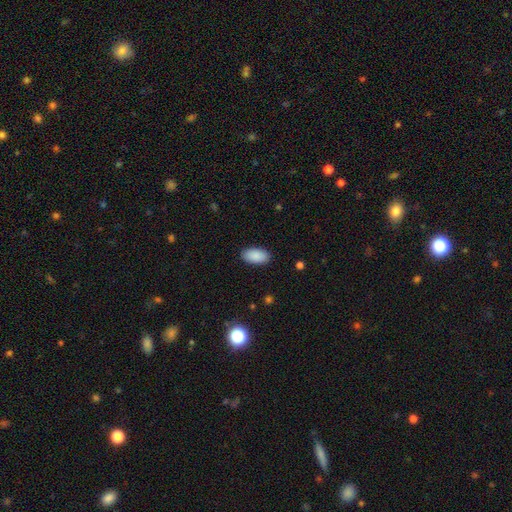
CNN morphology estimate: A smooth galaxy with no disk features (90%) that is in between round and cigar-shaped (95%). Merging: none (89%).